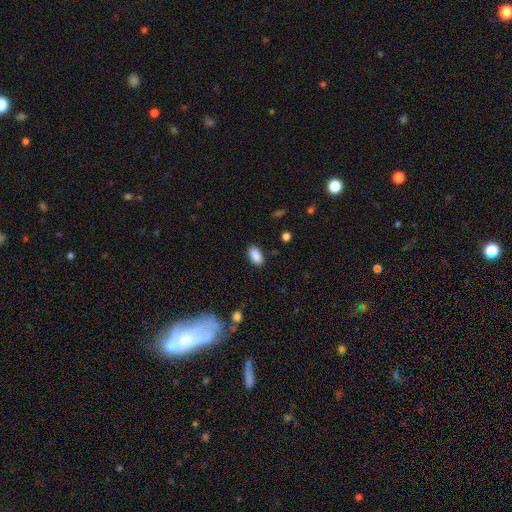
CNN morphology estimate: smooth-or-featured: smooth: 88% | star or artifact: 8% | featured or disk: 4%
  how-rounded: in between: 93% | round: 4% | cigar-shaped: 3%
  merging: none: 85% | minor disturbance: 11% | major disturbance: 3% | merger: 1%